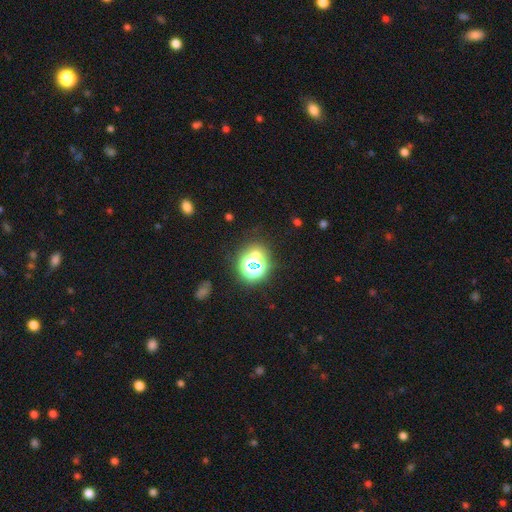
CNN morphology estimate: This is likely a star or artifact rather than a galaxy (62%).